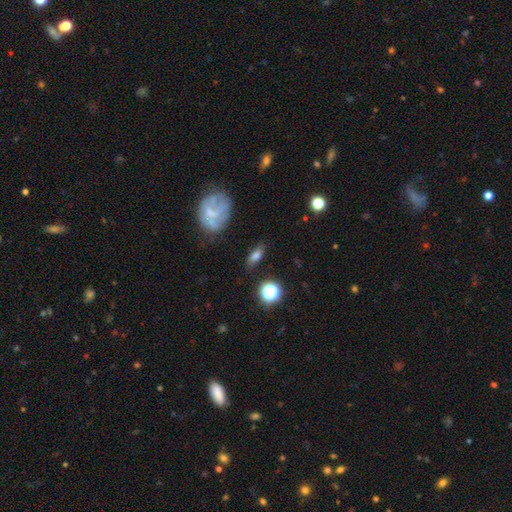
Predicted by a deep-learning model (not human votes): smooth_or_featured: smooth (p=0.67) [alt: featured or disk p=0.18]
how_rounded: in between (p=0.68) [alt: cigar-shaped p=0.20]
merging: none (p=0.79) [alt: minor disturbance p=0.14]